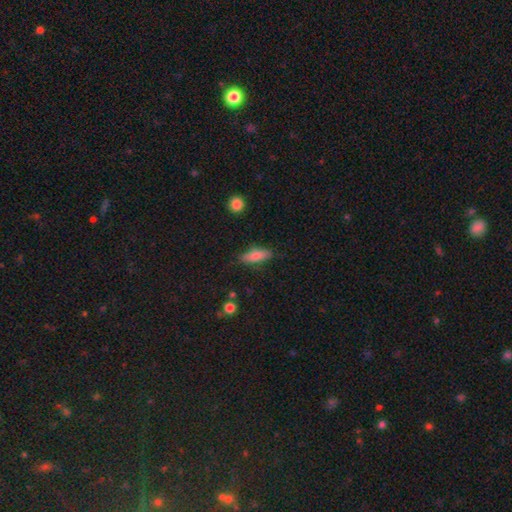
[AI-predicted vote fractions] Smooth or featured?
  - smooth: 76% *
  - featured or disk: 17%
  - star or artifact: 7%
How rounded?
  - in between: 51% *
  - cigar-shaped: 46%
  - round: 3%
Merging?
  - none: 82% *
  - minor disturbance: 14%
  - major disturbance: 3%
  - merger: 2%